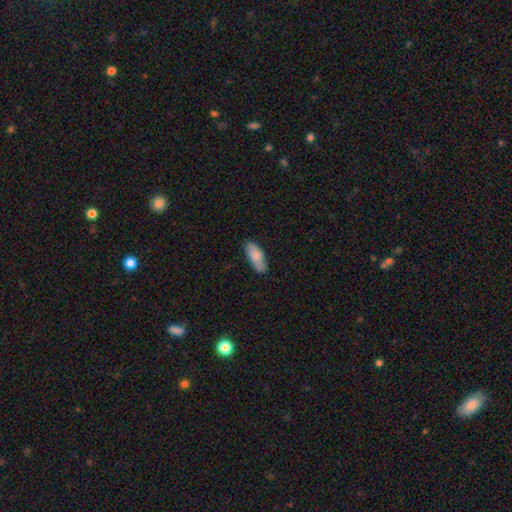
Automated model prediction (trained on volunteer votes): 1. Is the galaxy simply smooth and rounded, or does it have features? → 83% smooth, 11% featured or disk, 6% star or artifact.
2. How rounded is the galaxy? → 75% in between, 23% cigar-shaped, 2% round.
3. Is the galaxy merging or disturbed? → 78% none, 18% minor disturbance, 3% major disturbance, 2% merger.